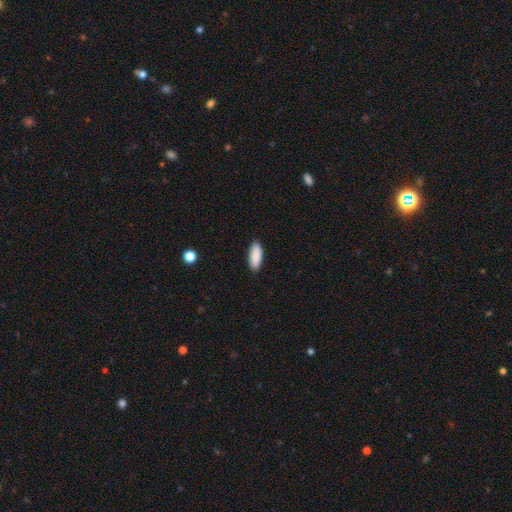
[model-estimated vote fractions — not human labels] Smooth or featured? Predicted: smooth (p=0.90). How rounded? Predicted: in between (p=0.76). Merging? Predicted: none (p=0.89).